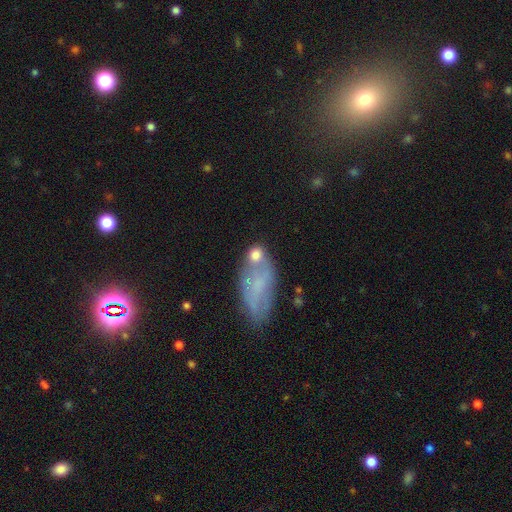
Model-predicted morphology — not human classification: type=smooth (61%); roundness=in between (64%); merging=none (42%).